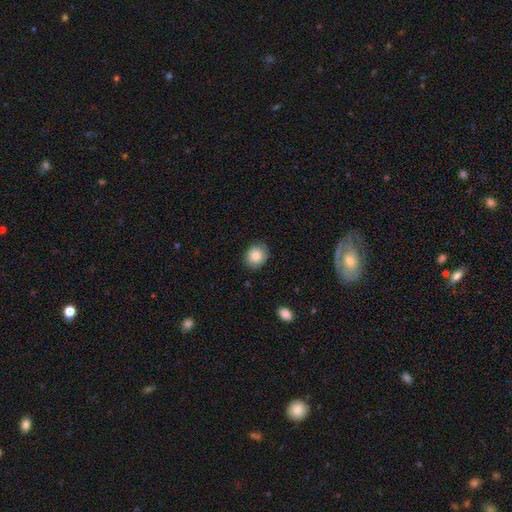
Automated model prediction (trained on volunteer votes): Morphology: type=smooth (83%); roundness=round (68%); merging=none (82%).